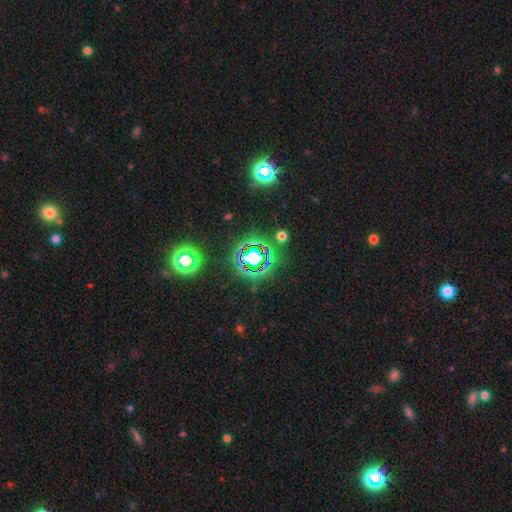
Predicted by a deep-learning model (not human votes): Smooth or featured?
  - star or artifact: 75% *
  - smooth: 16%
  - featured or disk: 9%